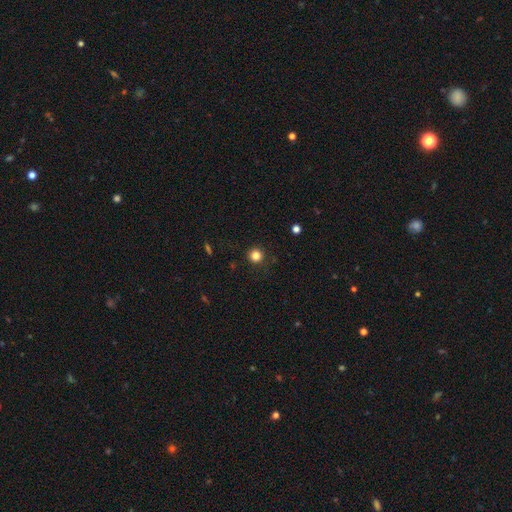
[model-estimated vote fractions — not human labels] smooth-or-featured: smooth: 83% | star or artifact: 13% | featured or disk: 4%
  how-rounded: round: 95% | in between: 4% | cigar-shaped: 1%
  merging: none: 91% | minor disturbance: 6% | major disturbance: 2% | merger: 1%